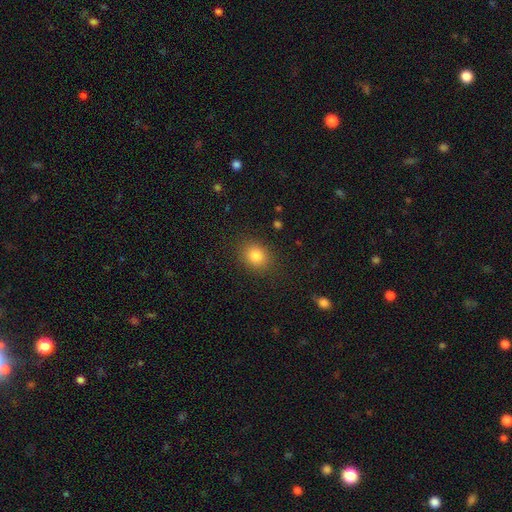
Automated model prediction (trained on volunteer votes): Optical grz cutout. It shows a smooth galaxy with no disk features (83%) that is round (58%). Merging: none (87%).